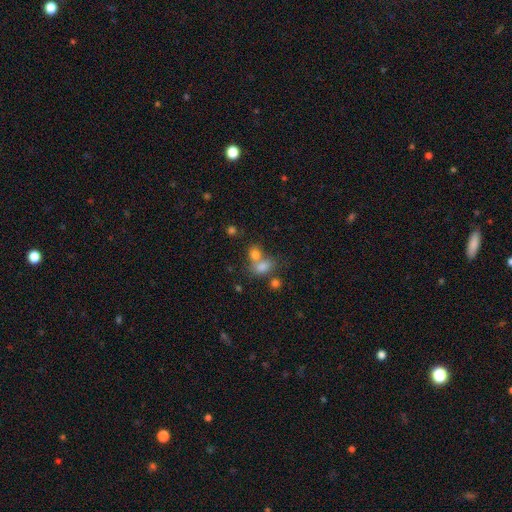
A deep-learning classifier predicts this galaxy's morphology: Overall: smooth (67%). How rounded: in between (50%; round 48%). Merging: merger (51%; none 37%).